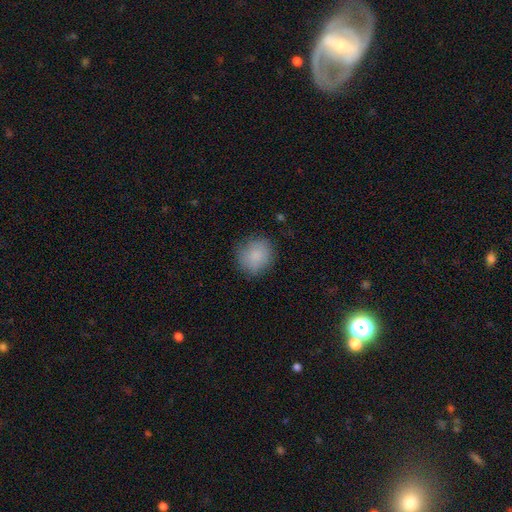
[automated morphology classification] smooth_or_featured: smooth (p=0.86) [alt: star or artifact p=0.08]
how_rounded: round (p=0.87) [alt: in between p=0.12]
merging: none (p=0.81) [alt: minor disturbance p=0.14]